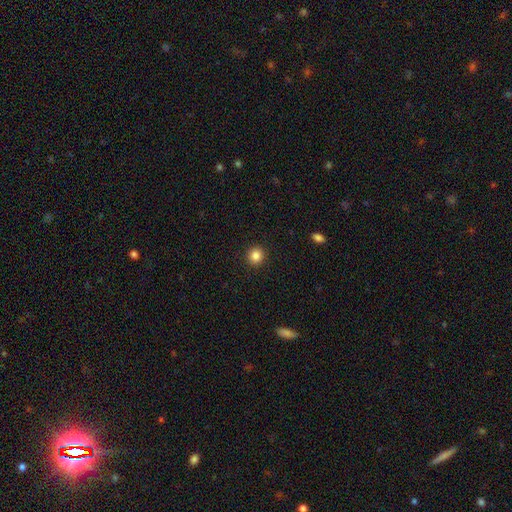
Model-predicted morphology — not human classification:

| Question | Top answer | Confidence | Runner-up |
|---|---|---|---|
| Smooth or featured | smooth | 85% | star or artifact (11%) |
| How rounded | round | 92% | in between (7%) |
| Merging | none | 93% | minor disturbance (5%) |